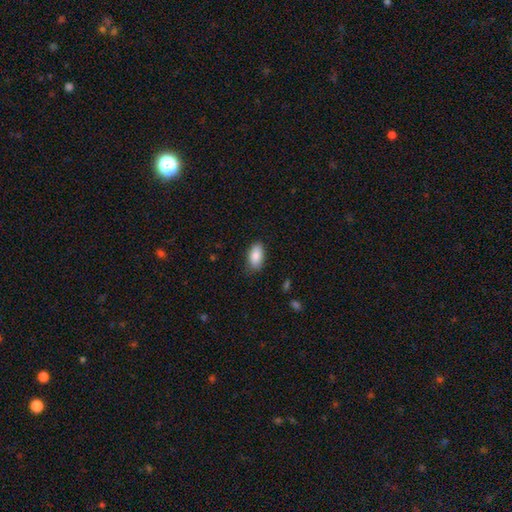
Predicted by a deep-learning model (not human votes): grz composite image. It shows a smooth galaxy with no disk features (88%) that is in between round and cigar-shaped (92%). Merging: none (81%).